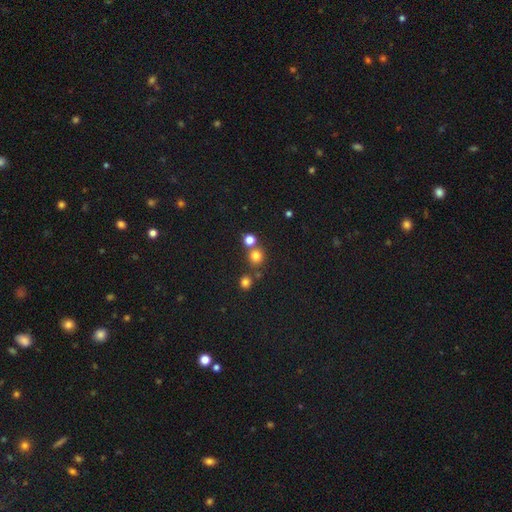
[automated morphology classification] The model was most divided on "merging": none: 68%, merger: 22%, minor disturbance: 7%, major disturbance: 3%. More confident: how rounded — round (89%); smooth or featured — smooth (75%).